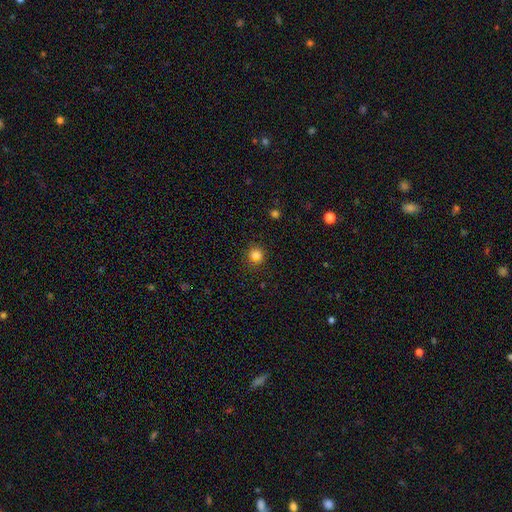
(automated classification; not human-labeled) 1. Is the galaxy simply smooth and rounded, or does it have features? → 83% smooth, 13% star or artifact, 5% featured or disk.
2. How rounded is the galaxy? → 91% round, 8% in between, 1% cigar-shaped.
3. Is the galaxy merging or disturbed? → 88% none, 8% minor disturbance, 2% major disturbance, 1% merger.